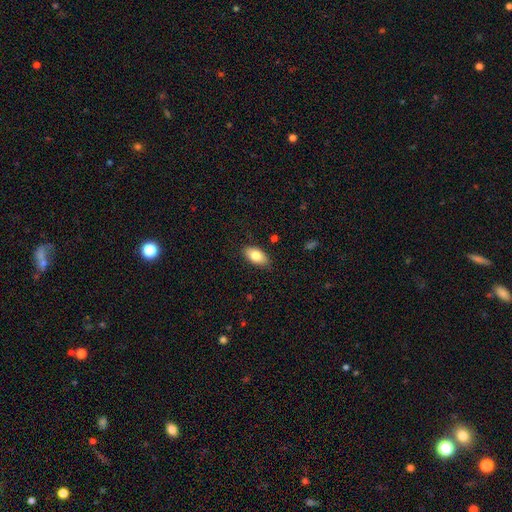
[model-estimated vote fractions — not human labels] smooth 78%, featured or disk 15%, star or artifact 7%. Down the decision tree: how rounded — in between (92%); merging — none (85%).